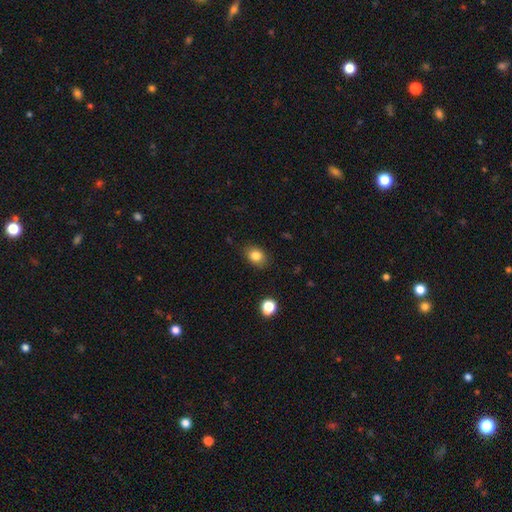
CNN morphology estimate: Smooth or featured? Predicted: smooth (p=0.83). How rounded? Predicted: in between (p=0.56). Merging? Predicted: none (p=0.83).